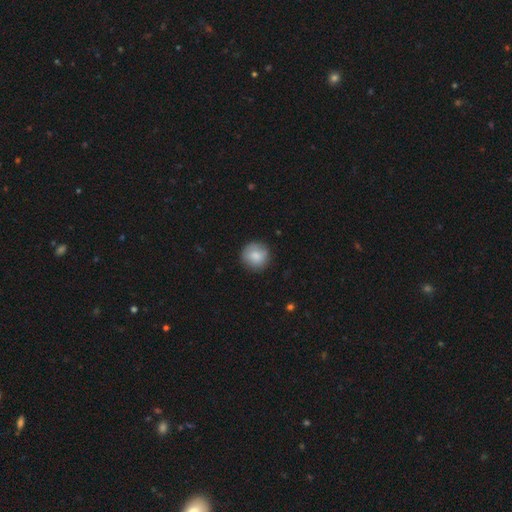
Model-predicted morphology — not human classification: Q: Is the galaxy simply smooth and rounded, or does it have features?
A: smooth — 84%.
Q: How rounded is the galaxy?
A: round — 92%.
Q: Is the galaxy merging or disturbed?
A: none — 85%.